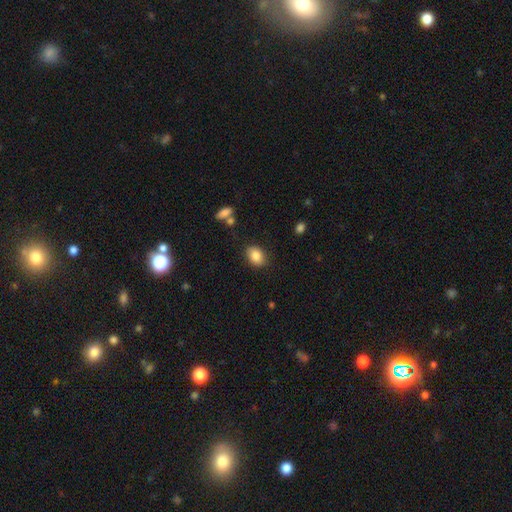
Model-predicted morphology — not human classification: smooth-or-featured: smooth: 85% | star or artifact: 8% | featured or disk: 7%
  how-rounded: in between: 73% | round: 26% | cigar-shaped: 1%
  merging: none: 83% | minor disturbance: 12% | major disturbance: 3% | merger: 2%